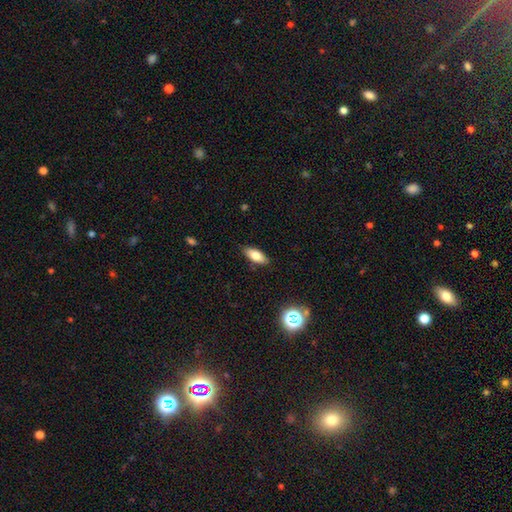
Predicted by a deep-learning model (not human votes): The model was most divided on "smooth or featured": smooth: 76%, featured or disk: 16%, star or artifact: 8%. More confident: merging — none (87%); how rounded — in between (81%).